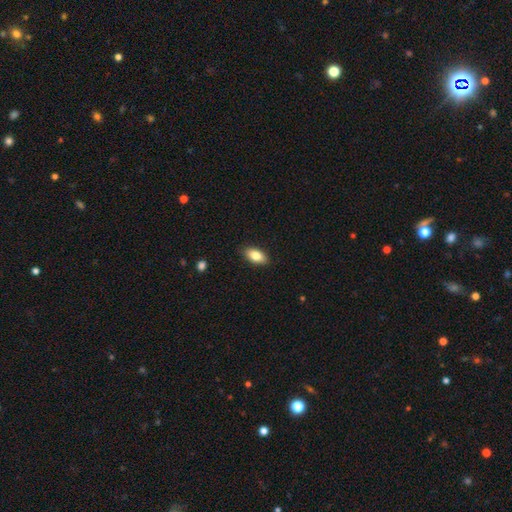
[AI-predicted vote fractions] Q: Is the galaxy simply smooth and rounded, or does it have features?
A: smooth — 82%.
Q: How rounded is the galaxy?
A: in between — 90%.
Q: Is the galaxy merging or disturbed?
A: none — 88%.